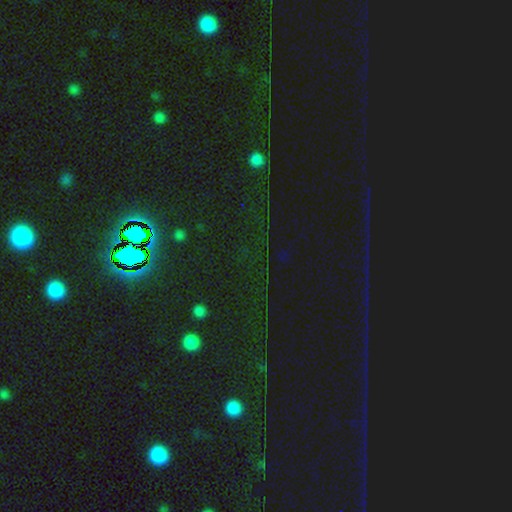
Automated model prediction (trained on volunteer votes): The model was most divided on "smooth or featured": star or artifact: 84%, smooth: 9%, featured or disk: 6%.